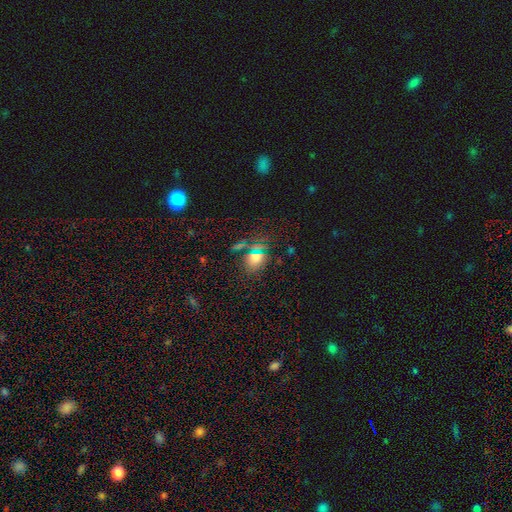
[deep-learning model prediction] Smooth or featured? Predicted: smooth (p=0.63). How rounded? Predicted: in between (p=0.53). Merging? Predicted: none (p=0.72).